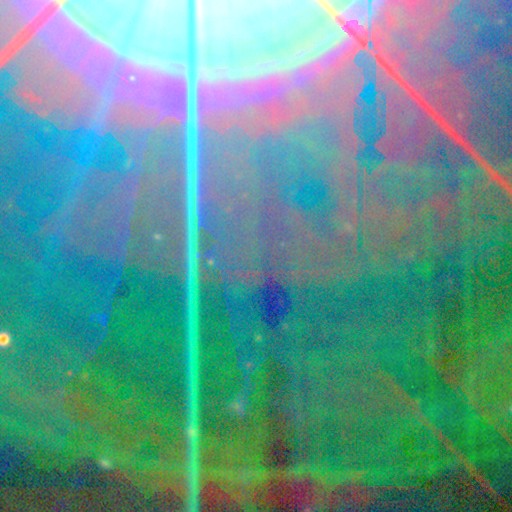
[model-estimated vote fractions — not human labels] A star or artifact, not a galaxy (86%).